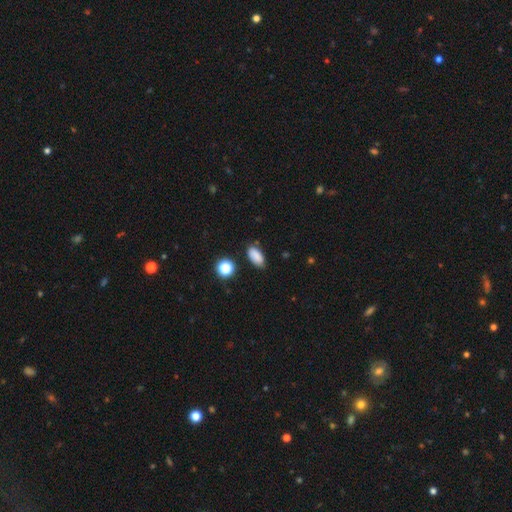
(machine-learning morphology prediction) A smooth galaxy with no disk features (84%) that is in between round and cigar-shaped (89%). Merging: none (79%).